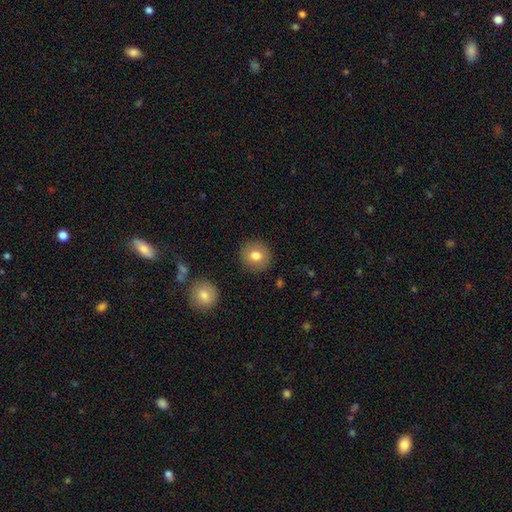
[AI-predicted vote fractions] Q: Smooth or featured?
A: smooth (79%); runner-up: featured or disk (12%)
Q: How rounded?
A: round (91%); runner-up: in between (8%)
Q: Merging?
A: none (90%); runner-up: minor disturbance (6%)